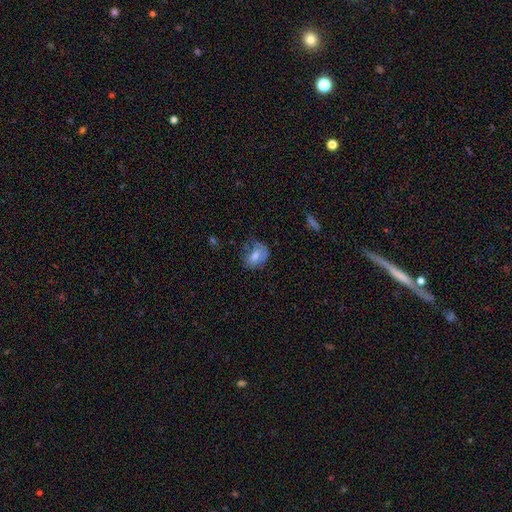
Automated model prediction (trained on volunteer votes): Smooth or featured: smooth — 54% (featured or disk — 36%)
How rounded: in between — 65% (round — 33%)
Merging: none — 48% (minor disturbance — 30%)